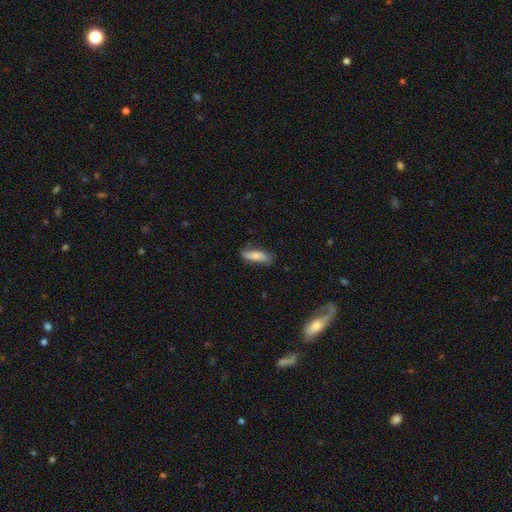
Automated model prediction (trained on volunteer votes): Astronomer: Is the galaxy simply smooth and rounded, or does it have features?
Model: smooth — 73%.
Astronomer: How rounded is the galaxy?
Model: in between — 61% (runner-up: cigar-shaped, 37%).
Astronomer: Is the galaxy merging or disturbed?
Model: none — 74%.